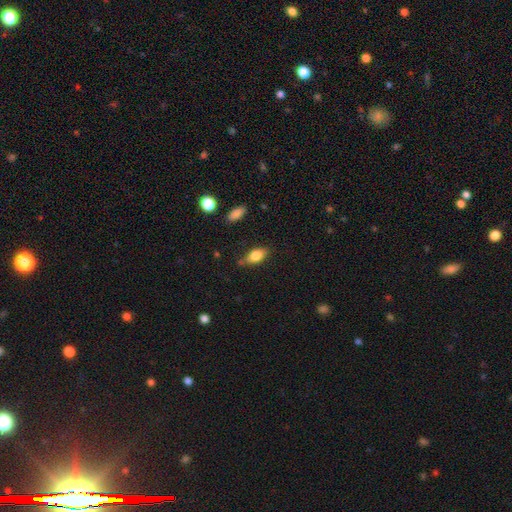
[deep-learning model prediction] smooth-or-featured: smooth: 78% | featured or disk: 14% | star or artifact: 8%
  how-rounded: in between: 85% | cigar-shaped: 9% | round: 6%
  merging: none: 71% | minor disturbance: 21% | major disturbance: 4% | merger: 3%